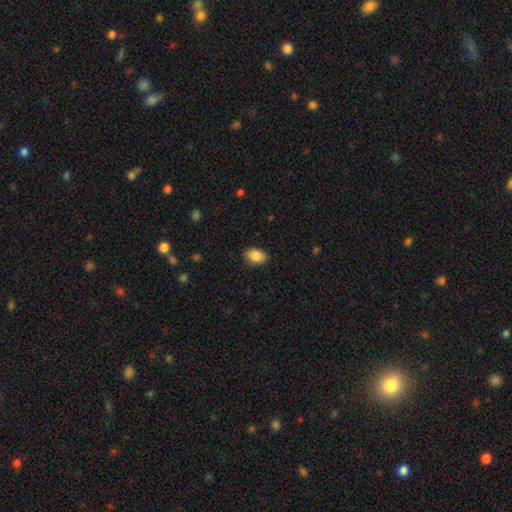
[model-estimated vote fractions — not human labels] Morphology: type=smooth (88%); roundness=in between (86%); merging=none (87%).